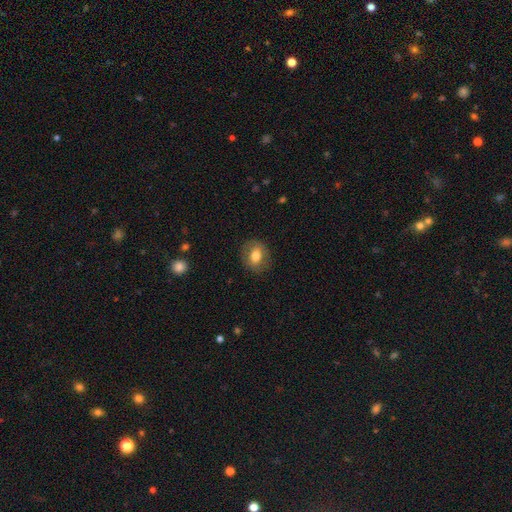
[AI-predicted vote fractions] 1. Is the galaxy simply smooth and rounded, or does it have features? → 70% smooth, 22% featured or disk, 8% star or artifact.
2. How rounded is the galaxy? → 55% round, 44% in between, 1% cigar-shaped.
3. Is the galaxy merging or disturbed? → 83% none, 12% minor disturbance, 4% major disturbance, 1% merger.